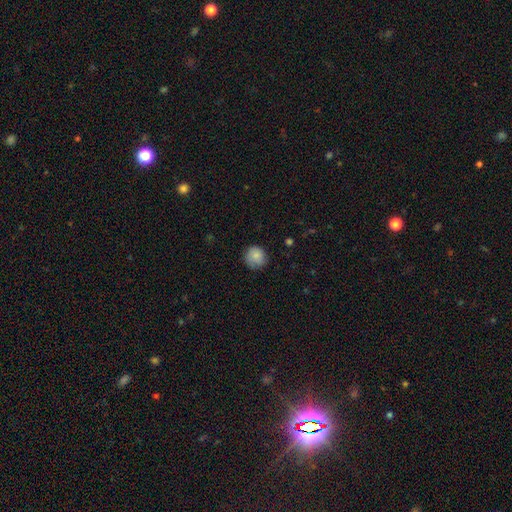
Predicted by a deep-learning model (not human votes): Q: Smooth or featured?
A: smooth (82%); runner-up: featured or disk (10%)
Q: How rounded?
A: round (91%); runner-up: in between (8%)
Q: Merging?
A: none (76%); runner-up: minor disturbance (19%)